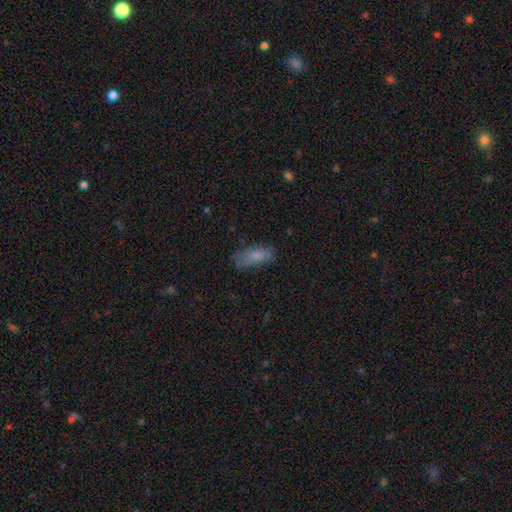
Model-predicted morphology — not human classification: Q: Smooth or featured?
A: smooth (76%); runner-up: featured or disk (14%)
Q: How rounded?
A: in between (81%); runner-up: cigar-shaped (16%)
Q: Merging?
A: none (57%); runner-up: minor disturbance (29%)